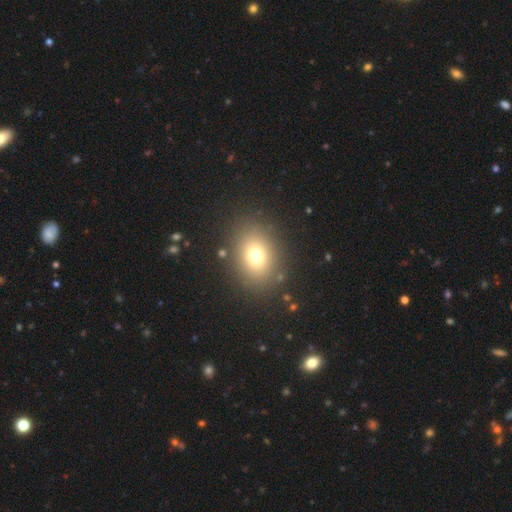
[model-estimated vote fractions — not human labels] Q: Smooth or featured?
A: smooth (72%); runner-up: star or artifact (16%)
Q: How rounded?
A: in between (54%); runner-up: round (45%)
Q: Merging?
A: none (85%); runner-up: minor disturbance (9%)